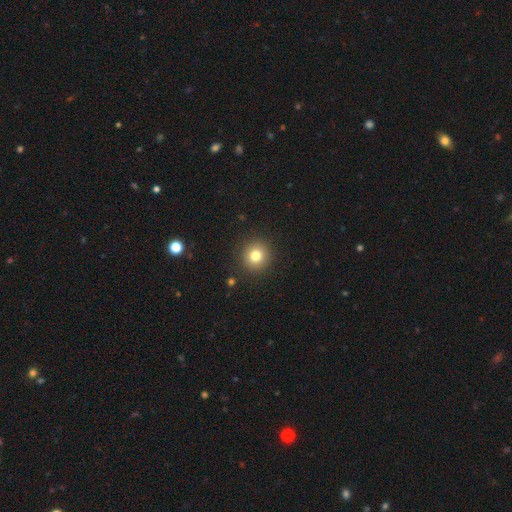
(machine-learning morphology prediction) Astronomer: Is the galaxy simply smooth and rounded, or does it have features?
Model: smooth — 79%.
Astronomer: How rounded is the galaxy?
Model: round — 93%.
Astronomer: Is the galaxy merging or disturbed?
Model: none — 91%.